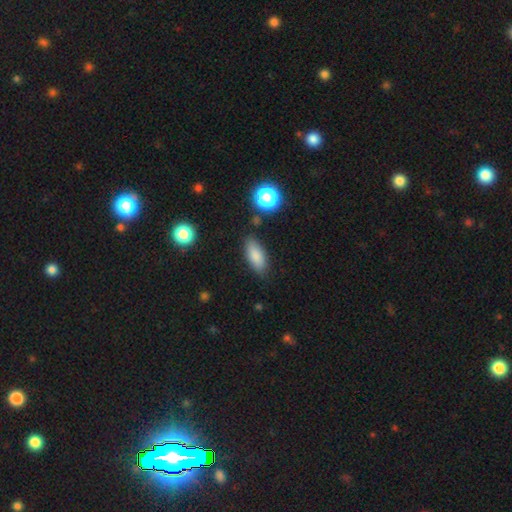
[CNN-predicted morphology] Smooth or featured? smooth (84%)
How rounded? in between (81%)
Merging? none (81%)